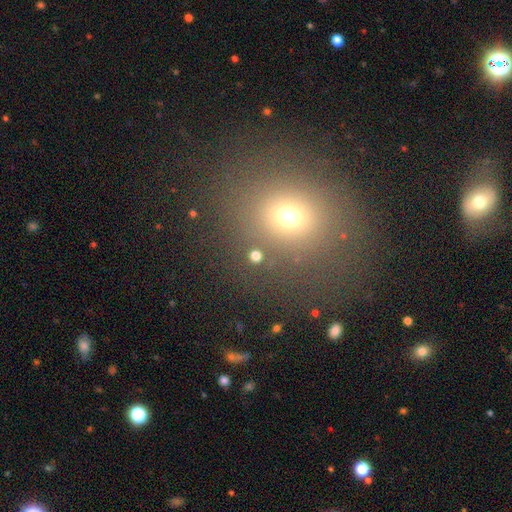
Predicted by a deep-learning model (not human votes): Smooth or featured?
  - smooth: 72% *
  - star or artifact: 21%
  - featured or disk: 7%
How rounded?
  - round: 86% *
  - in between: 13%
  - cigar-shaped: 1%
Merging?
  - none: 84% *
  - minor disturbance: 6%
  - merger: 6%
  - major disturbance: 4%